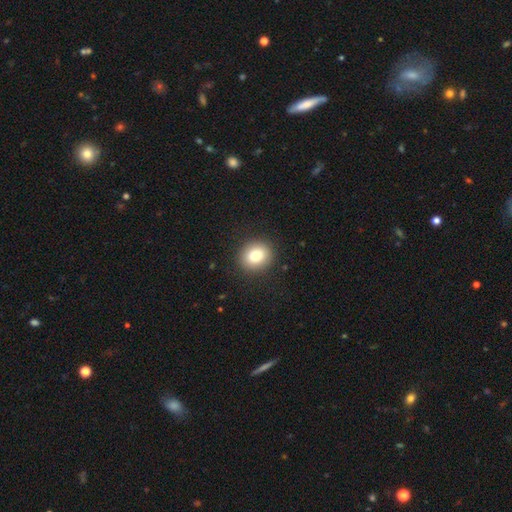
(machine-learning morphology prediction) This is clearly a smooth galaxy (85%). How rounded: likely round (66%). Merging: clearly none (88%).